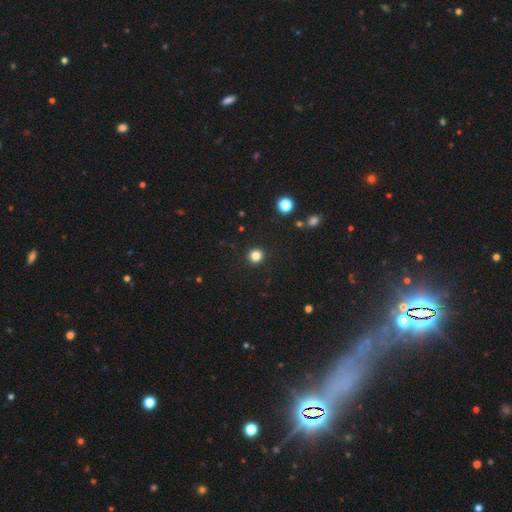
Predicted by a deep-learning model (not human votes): Smooth or featured? smooth (83%)
How rounded? round (92%)
Merging? none (93%)